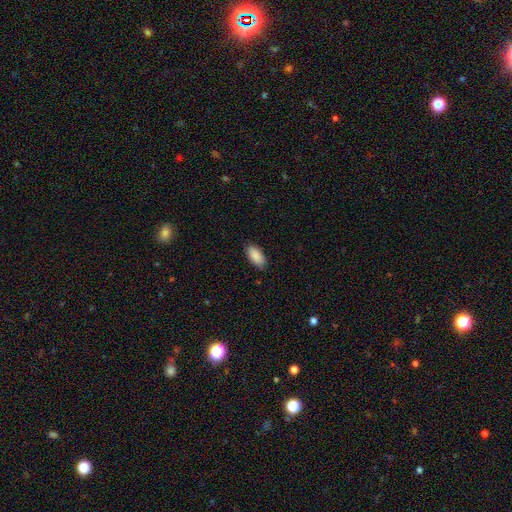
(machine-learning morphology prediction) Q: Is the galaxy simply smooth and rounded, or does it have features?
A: smooth — 90%.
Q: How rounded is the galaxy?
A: in between — 93%.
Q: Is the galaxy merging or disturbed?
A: none — 87%.